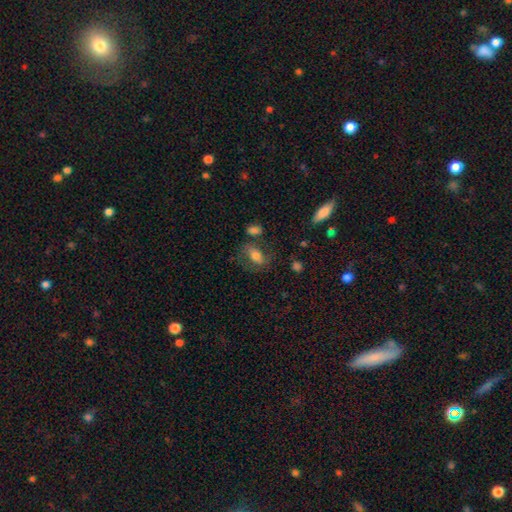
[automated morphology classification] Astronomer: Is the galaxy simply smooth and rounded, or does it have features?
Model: smooth — 61%.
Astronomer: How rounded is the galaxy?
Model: in between — 82%.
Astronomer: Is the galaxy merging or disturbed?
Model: none — 56%.